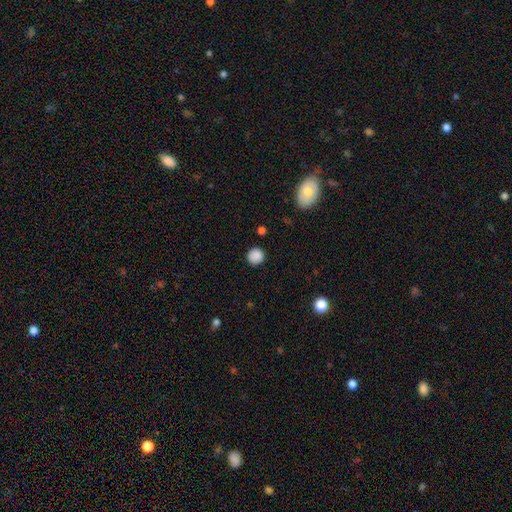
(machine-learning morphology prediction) A smooth galaxy with no disk features (87%) that is round (93%).

Vote fractions:
- Smooth or featured? smooth: 87% / star or artifact: 10% / featured or disk: 3%
- How rounded? round: 93% / in between: 6% / cigar-shaped: 1%
- Merging? none: 89% / minor disturbance: 8% / major disturbance: 2% / merger: 1%